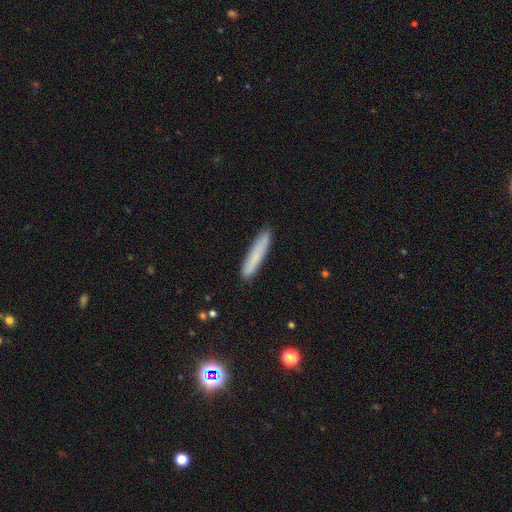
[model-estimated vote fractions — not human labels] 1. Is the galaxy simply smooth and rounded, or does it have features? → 77% smooth, 15% featured or disk, 8% star or artifact.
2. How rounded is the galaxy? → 92% cigar-shaped, 7% in between, 1% round.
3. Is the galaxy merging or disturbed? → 89% none, 8% minor disturbance, 2% major disturbance, 1% merger.